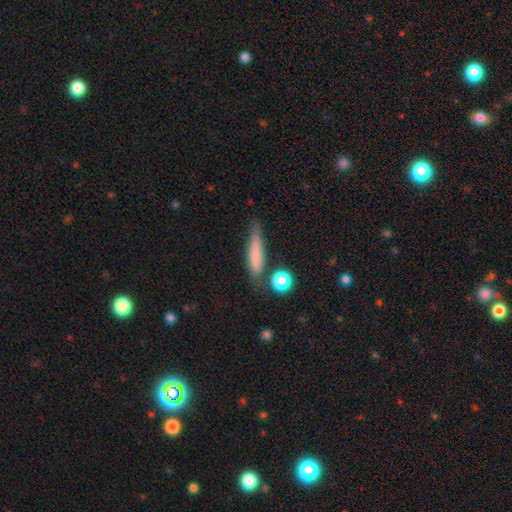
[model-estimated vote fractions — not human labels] Q: Smooth or featured?
A: smooth (75%); runner-up: featured or disk (17%)
Q: How rounded?
A: cigar-shaped (81%); runner-up: in between (14%)
Q: Merging?
A: none (68%); runner-up: minor disturbance (20%)